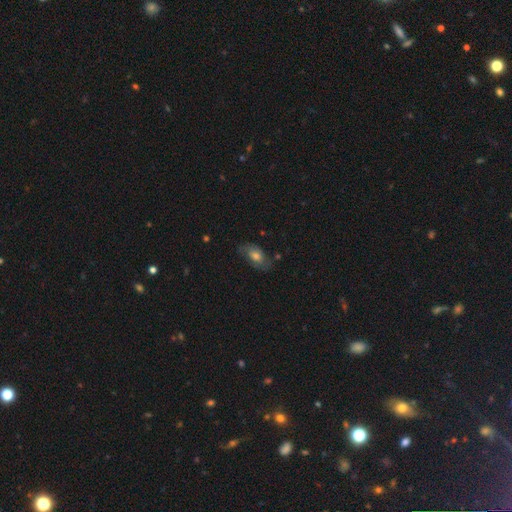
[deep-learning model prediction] The model was most divided on "smooth or featured": smooth: 49%, featured or disk: 40%, star or artifact: 10%. More confident: merging — none (66%).